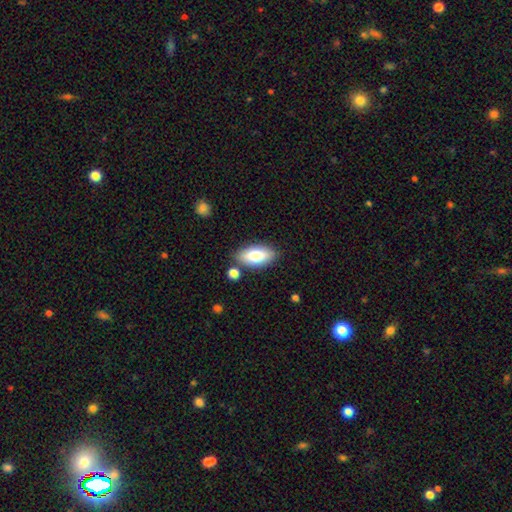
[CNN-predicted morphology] Q: Smooth or featured?
A: smooth (79%); runner-up: featured or disk (15%)
Q: How rounded?
A: in between (90%); runner-up: cigar-shaped (7%)
Q: Merging?
A: none (81%); runner-up: minor disturbance (11%)